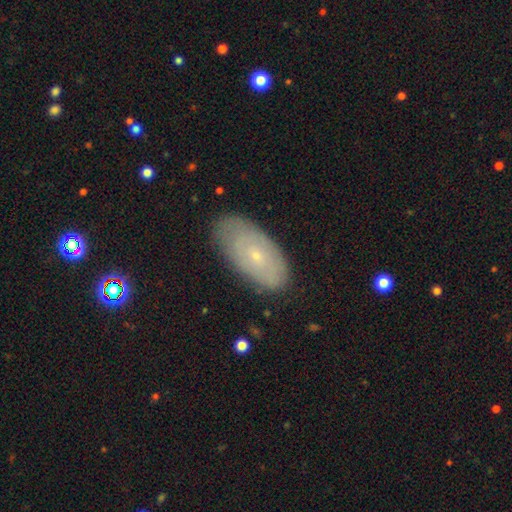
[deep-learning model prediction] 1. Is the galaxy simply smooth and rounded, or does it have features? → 47% smooth, 46% featured or disk, 8% star or artifact.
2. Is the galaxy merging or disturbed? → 77% none, 18% minor disturbance, 4% major disturbance, 1% merger.